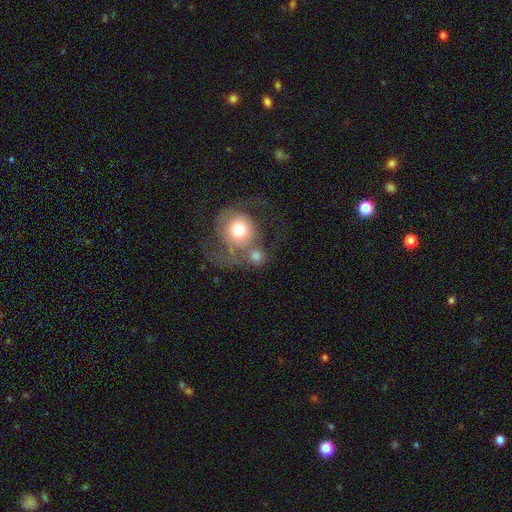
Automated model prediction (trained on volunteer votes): A smooth galaxy with no disk features (56%) that is round (84%). Merging: merger (37%).